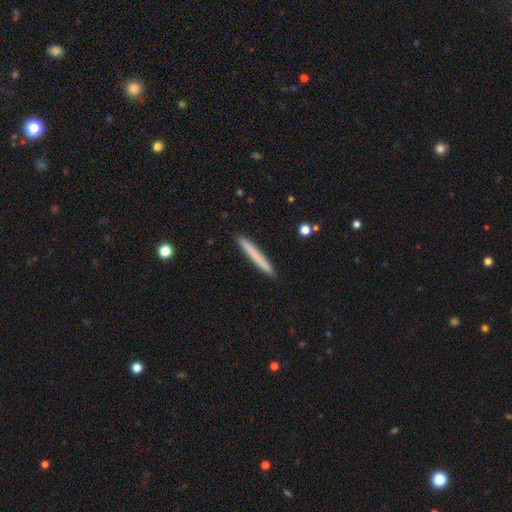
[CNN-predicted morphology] This appears to be a smooth galaxy with no disk features (72%) that is cigar-shaped (97%). Merging: none (92%).